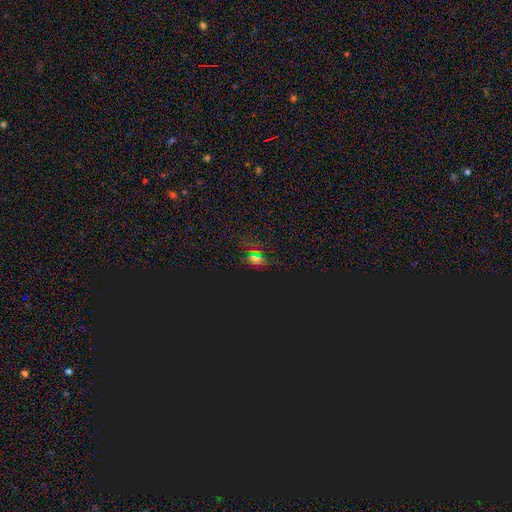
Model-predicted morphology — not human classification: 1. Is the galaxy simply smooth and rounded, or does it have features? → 63% star or artifact, 28% smooth, 9% featured or disk.